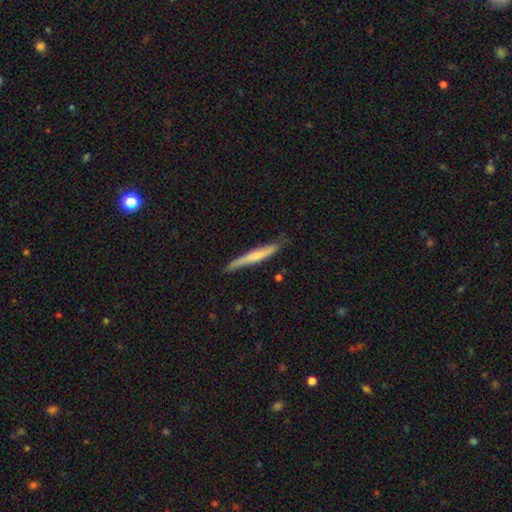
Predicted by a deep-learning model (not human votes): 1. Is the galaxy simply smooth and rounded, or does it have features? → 50% smooth, 44% featured or disk, 5% star or artifact.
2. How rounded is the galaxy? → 95% cigar-shaped, 4% in between, 1% round.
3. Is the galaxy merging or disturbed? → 73% none, 21% minor disturbance, 3% major disturbance, 2% merger.